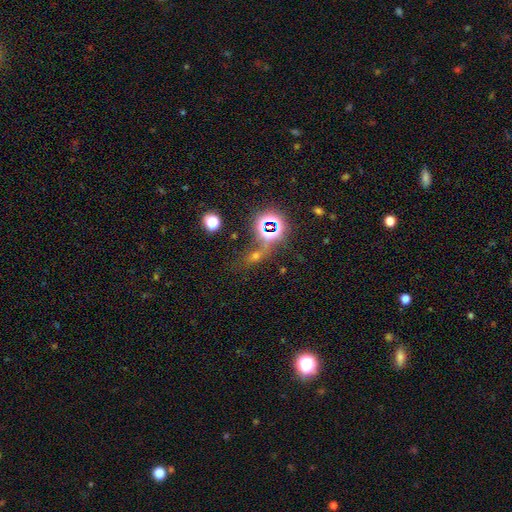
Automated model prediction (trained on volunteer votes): Overall: star or artifact (53%; smooth 35%).